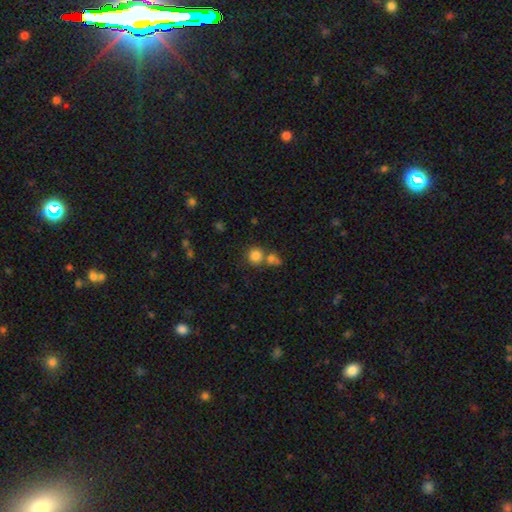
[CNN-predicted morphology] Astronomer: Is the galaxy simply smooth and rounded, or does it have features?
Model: smooth — 82%.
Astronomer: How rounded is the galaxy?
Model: round — 85%.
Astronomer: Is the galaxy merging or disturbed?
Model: none — 54% (runner-up: merger, 31%).